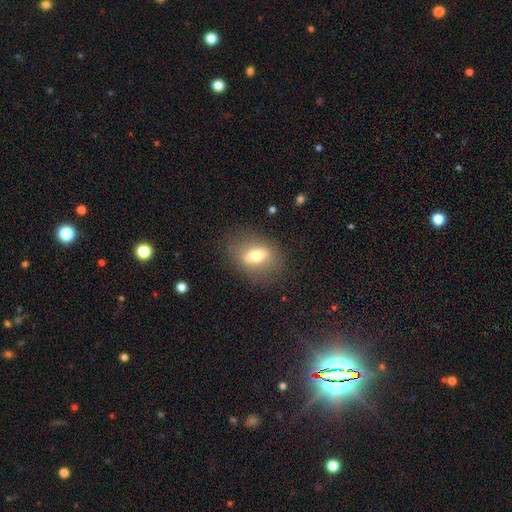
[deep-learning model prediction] A smooth galaxy with no disk features (58%) that is in between round and cigar-shaped (71%). Merging: none (78%).